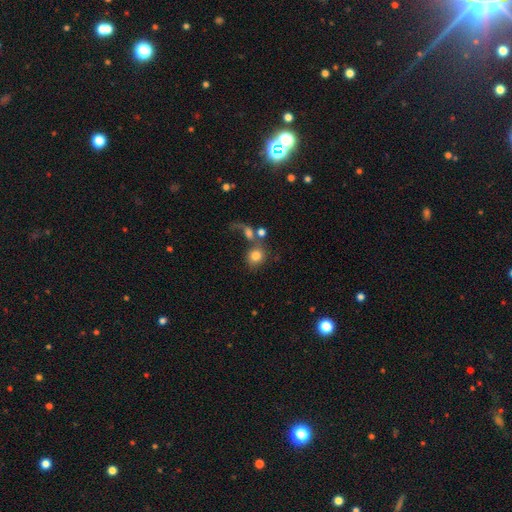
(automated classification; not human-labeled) Q: Smooth or featured?
A: smooth (75%); runner-up: featured or disk (15%)
Q: How rounded?
A: round (81%); runner-up: in between (17%)
Q: Merging?
A: none (43%); runner-up: merger (31%)